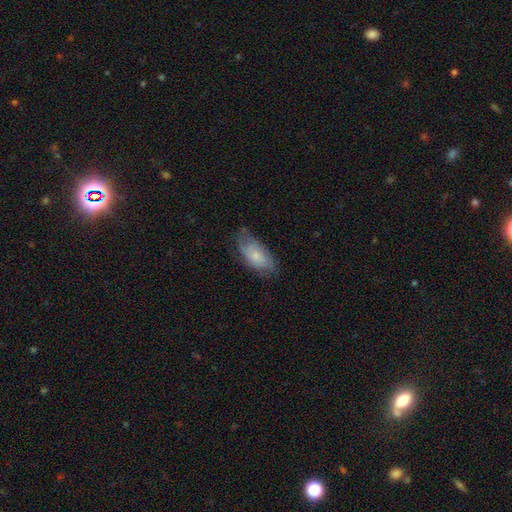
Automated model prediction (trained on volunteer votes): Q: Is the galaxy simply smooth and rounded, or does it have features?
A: smooth — 62%.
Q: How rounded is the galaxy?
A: in between — 89%.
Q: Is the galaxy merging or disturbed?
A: none — 58%.